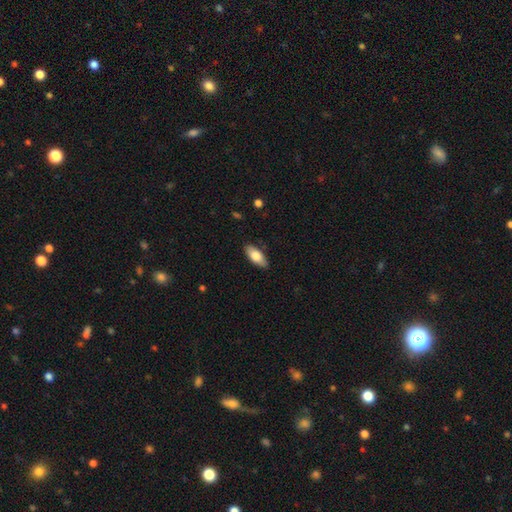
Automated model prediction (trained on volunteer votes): The model was most divided on "smooth or featured": smooth: 78%, featured or disk: 16%, star or artifact: 6%. More confident: merging — none (86%); how rounded — in between (85%).